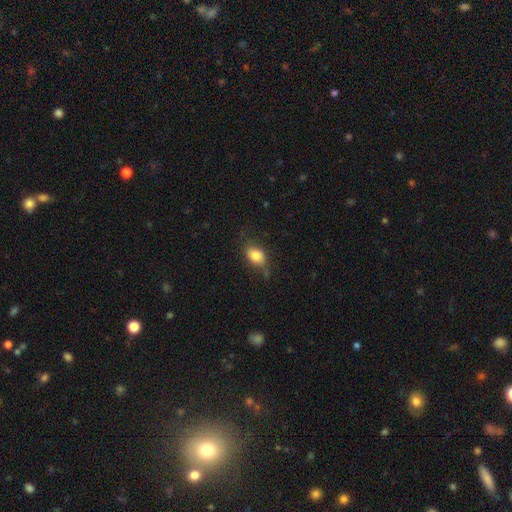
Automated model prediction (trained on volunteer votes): This appears to be a smooth galaxy with no disk features (79%) that is in between round and cigar-shaped (77%). Merging: none (63%).